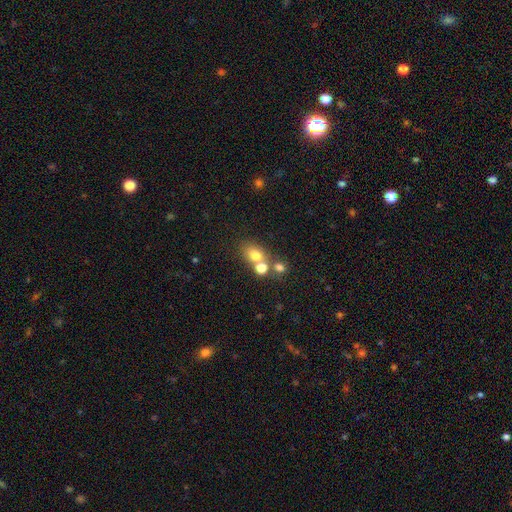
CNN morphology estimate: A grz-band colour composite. It shows a smooth galaxy with no disk features (72%) that is in between round and cigar-shaped (50%). Merging: none (48%).